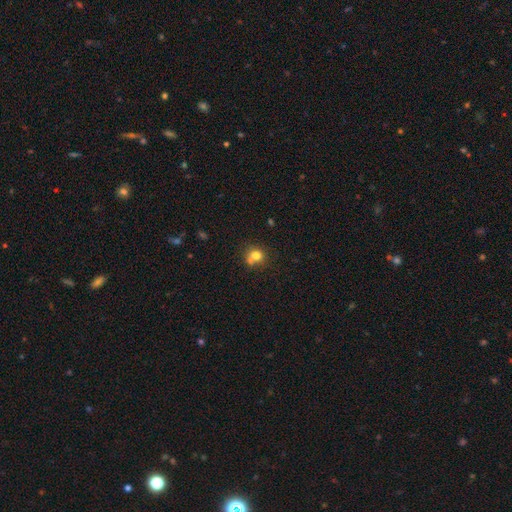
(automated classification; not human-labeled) smooth 76%, featured or disk 12%, star or artifact 12%. Down the decision tree: how rounded — round (78%); merging — none (49%).